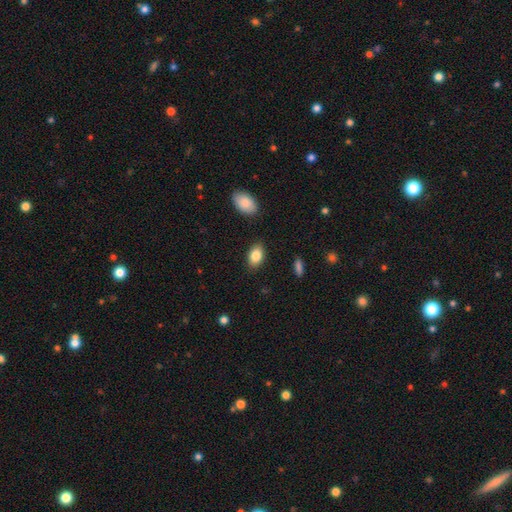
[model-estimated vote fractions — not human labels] smooth 84%, featured or disk 8%, star or artifact 8%. Down the decision tree: how rounded — in between (89%); merging — none (86%).